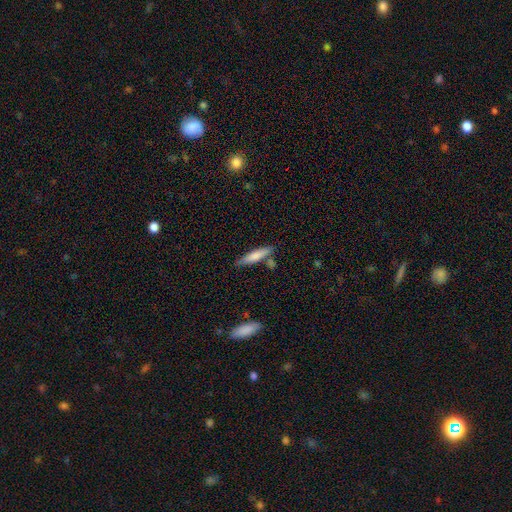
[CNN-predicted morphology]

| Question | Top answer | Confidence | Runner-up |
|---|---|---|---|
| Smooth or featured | smooth | 73% | featured or disk (22%) |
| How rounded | cigar-shaped | 83% | in between (15%) |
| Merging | none | 75% | minor disturbance (13%) |